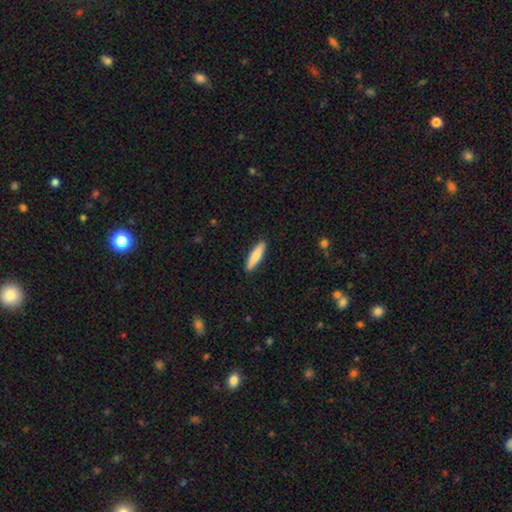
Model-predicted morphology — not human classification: smooth 78%, featured or disk 17%, star or artifact 5%. Down the decision tree: how rounded — cigar-shaped (79%); merging — none (90%).